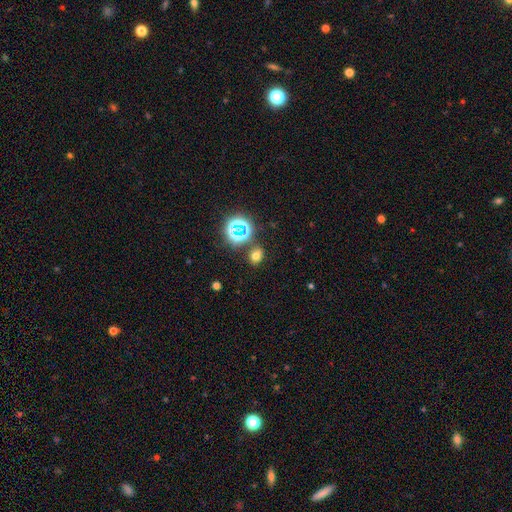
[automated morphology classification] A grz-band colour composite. It shows a smooth galaxy with no disk features (62%) that is in between round and cigar-shaped (56%). Merging: none (78%).